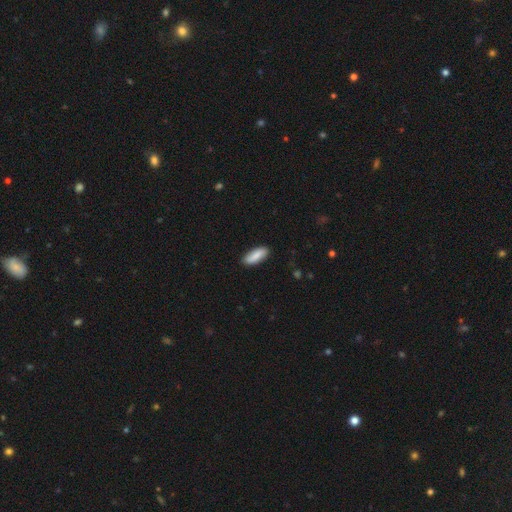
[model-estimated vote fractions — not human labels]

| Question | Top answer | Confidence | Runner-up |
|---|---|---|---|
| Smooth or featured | smooth | 80% | featured or disk (14%) |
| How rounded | in between | 70% | cigar-shaped (27%) |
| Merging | none | 85% | minor disturbance (11%) |